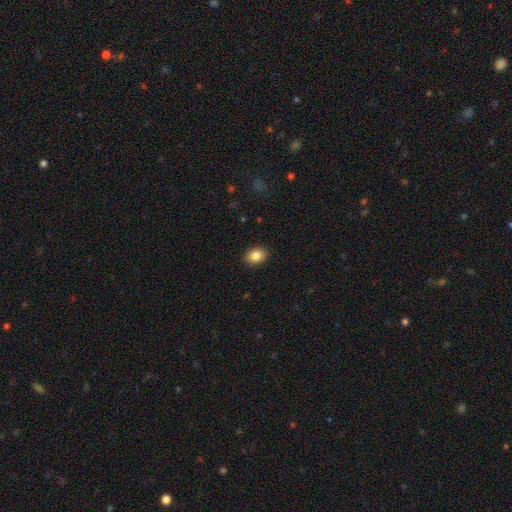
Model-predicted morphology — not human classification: smooth 86%, star or artifact 9%, featured or disk 5%. Down the decision tree: how rounded — in between (65%); merging — none (89%).